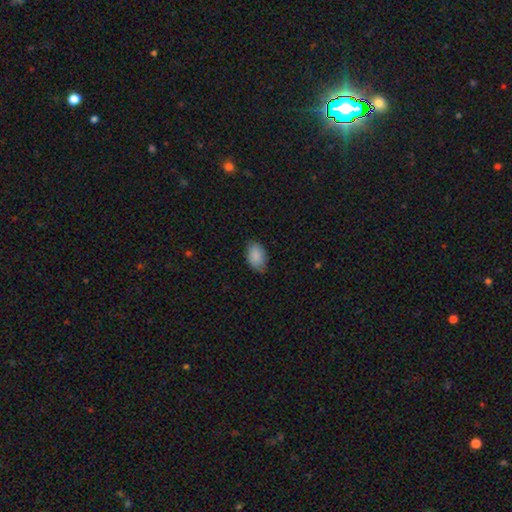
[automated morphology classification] smooth-or-featured: smooth: 89% | star or artifact: 6% | featured or disk: 5%
  how-rounded: in between: 91% | round: 8% | cigar-shaped: 1%
  merging: none: 75% | minor disturbance: 20% | major disturbance: 3% | merger: 1%